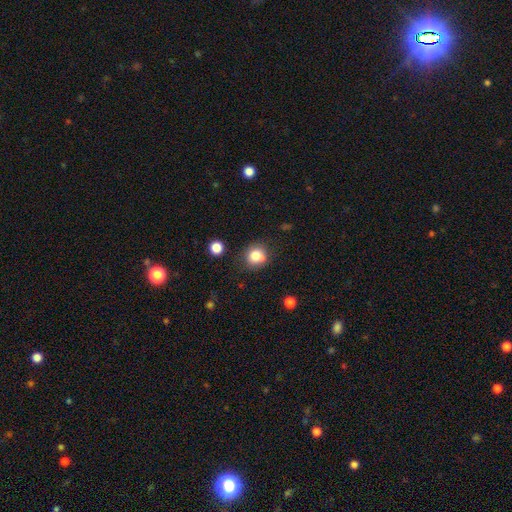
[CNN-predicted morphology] Smooth or featured?
  - smooth: 80% *
  - star or artifact: 11%
  - featured or disk: 8%
How rounded?
  - round: 83% *
  - in between: 17%
  - cigar-shaped: 1%
Merging?
  - none: 67% *
  - minor disturbance: 16%
  - merger: 12%
  - major disturbance: 5%